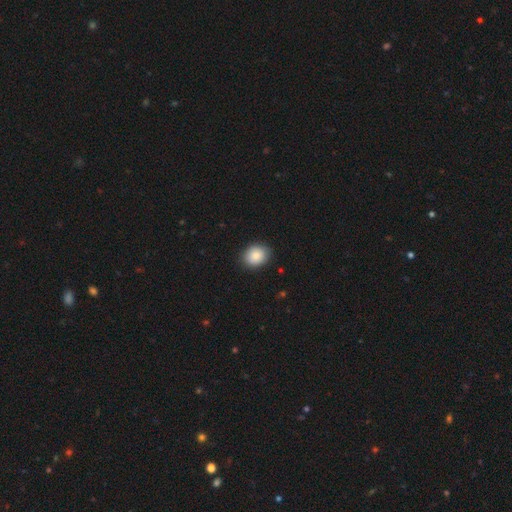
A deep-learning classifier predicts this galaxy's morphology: Smooth or featured? Predicted: smooth (p=0.87). How rounded? Predicted: round (p=0.54). Merging? Predicted: none (p=0.86).